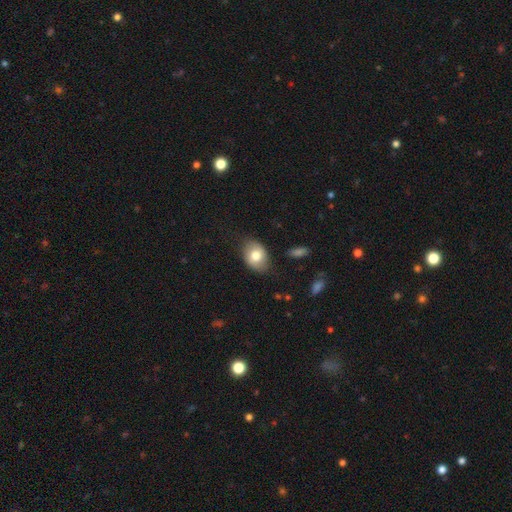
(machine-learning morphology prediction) Overall: smooth (76%). How rounded: in between (75%). Merging: none (76%).